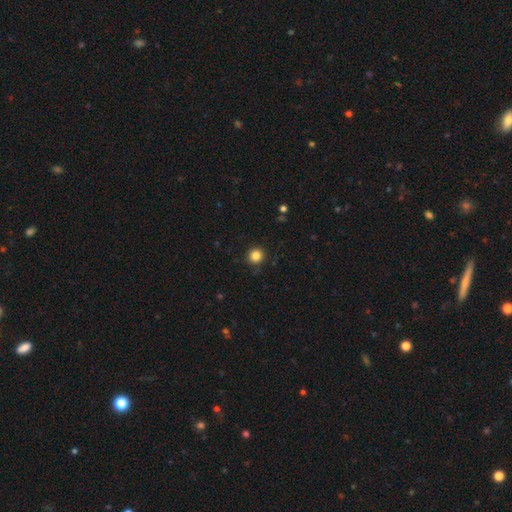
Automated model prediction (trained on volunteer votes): A smooth galaxy with no disk features (84%) that is round (94%).

Vote fractions:
- Smooth or featured? smooth: 84% / star or artifact: 12% / featured or disk: 4%
- How rounded? round: 94% / in between: 5% / cigar-shaped: 1%
- Merging? none: 90% / minor disturbance: 7% / major disturbance: 2% / merger: 1%